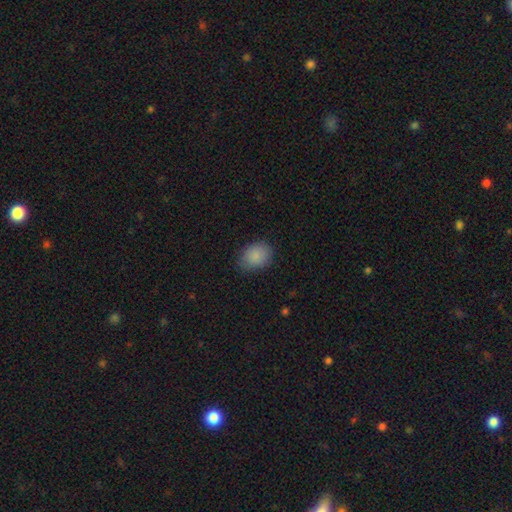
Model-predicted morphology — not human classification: This is clearly a smooth galaxy (87%). How rounded: likely in between (61%). Merging: likely none (79%).